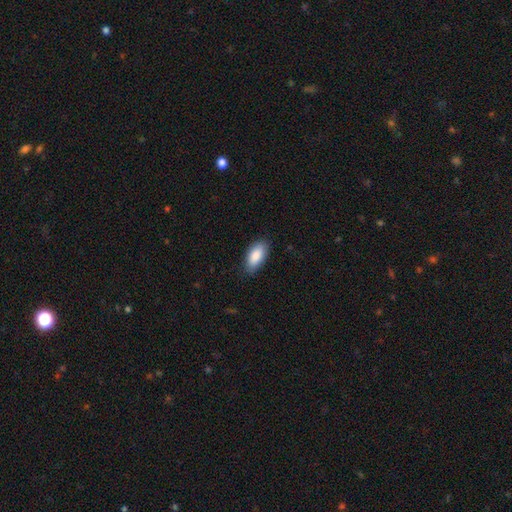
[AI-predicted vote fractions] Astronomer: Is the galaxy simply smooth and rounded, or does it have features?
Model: smooth — 88%.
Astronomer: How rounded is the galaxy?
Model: in between — 92%.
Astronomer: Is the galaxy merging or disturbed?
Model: none — 84%.